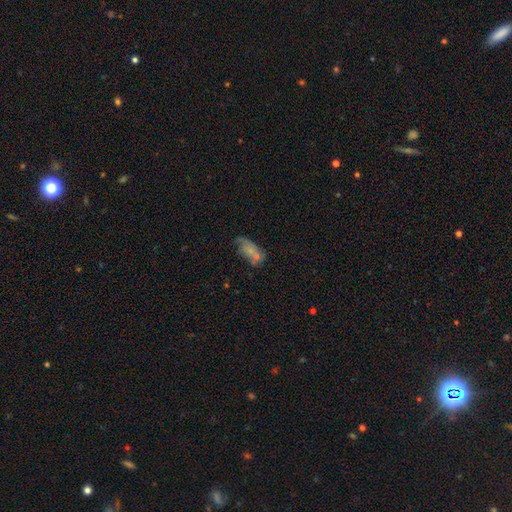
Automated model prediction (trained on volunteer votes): A smooth galaxy with no disk features (51%) that is in between round and cigar-shaped (80%). Merging: none (39%).